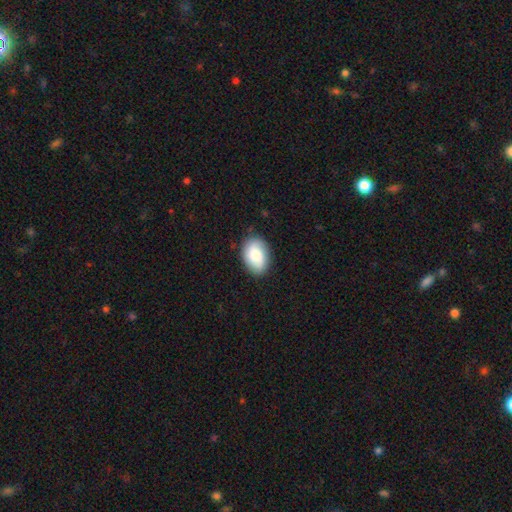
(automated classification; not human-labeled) Smooth or featured? smooth (75%)
How rounded? in between (85%)
Merging? none (84%)